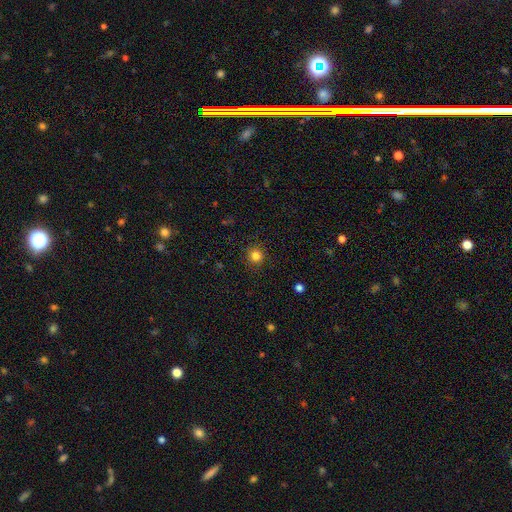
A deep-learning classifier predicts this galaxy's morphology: smooth_or_featured: smooth (p=0.82) [alt: star or artifact p=0.13]
how_rounded: round (p=0.92) [alt: in between p=0.07]
merging: none (p=0.89) [alt: minor disturbance p=0.07]